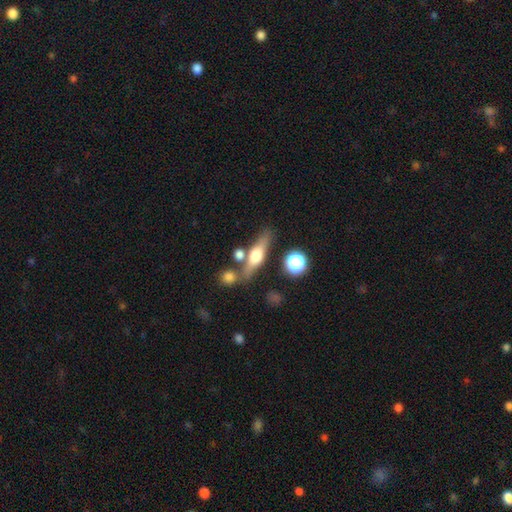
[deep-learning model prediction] Q: Smooth or featured?
A: featured or disk (55%); runner-up: smooth (37%)
Q: Edge-on disk?
A: yes (90%); runner-up: no (10%)
Q: Merging?
A: none (70%); runner-up: merger (13%)